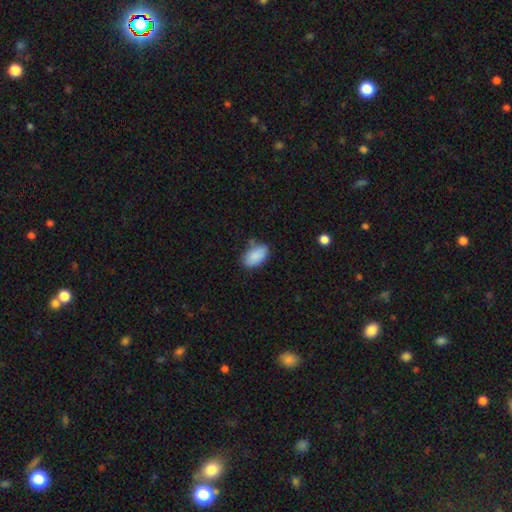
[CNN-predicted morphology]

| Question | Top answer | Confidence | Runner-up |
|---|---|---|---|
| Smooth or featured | smooth | 88% | star or artifact (7%) |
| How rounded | in between | 93% | round (5%) |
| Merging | none | 72% | minor disturbance (20%) |